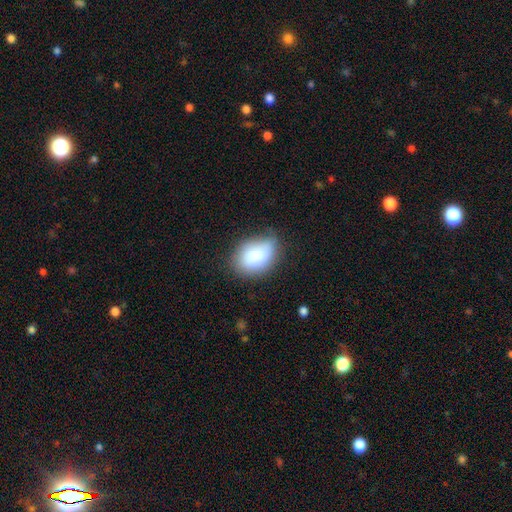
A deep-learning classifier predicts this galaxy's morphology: Overall: smooth (83%). How rounded: in between (79%). Merging: none (57%; minor disturbance 31%).